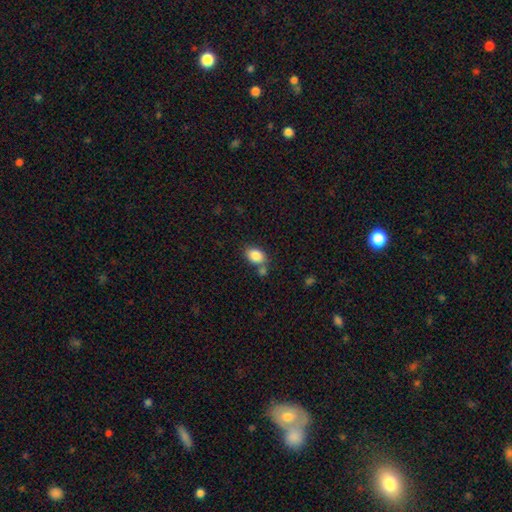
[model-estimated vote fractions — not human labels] Morphology: type=smooth (86%); roundness=in between (80%); merging=none (62%).